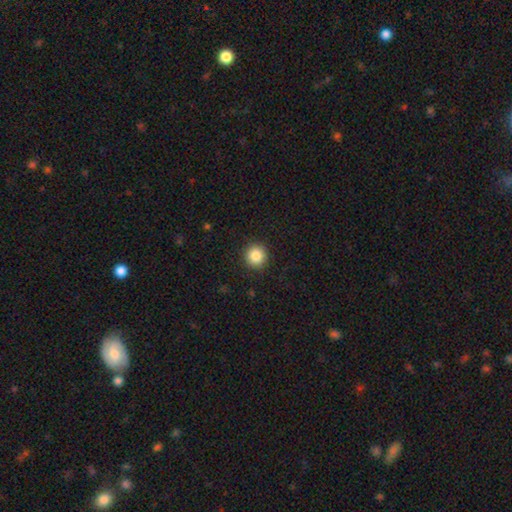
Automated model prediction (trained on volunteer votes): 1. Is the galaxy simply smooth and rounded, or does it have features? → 85% smooth, 10% star or artifact, 5% featured or disk.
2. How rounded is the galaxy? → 94% round, 5% in between, 1% cigar-shaped.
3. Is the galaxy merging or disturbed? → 91% none, 6% minor disturbance, 2% major disturbance, 1% merger.